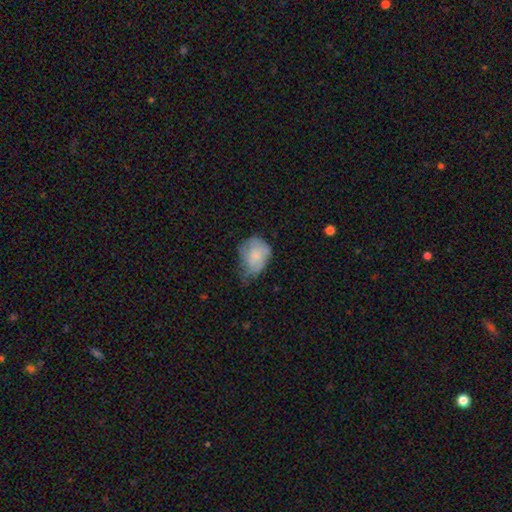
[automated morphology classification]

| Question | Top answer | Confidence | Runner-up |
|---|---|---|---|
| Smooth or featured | smooth | 67% | featured or disk (25%) |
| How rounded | in between | 58% | round (41%) |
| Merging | minor disturbance | 45% | none (27%) |